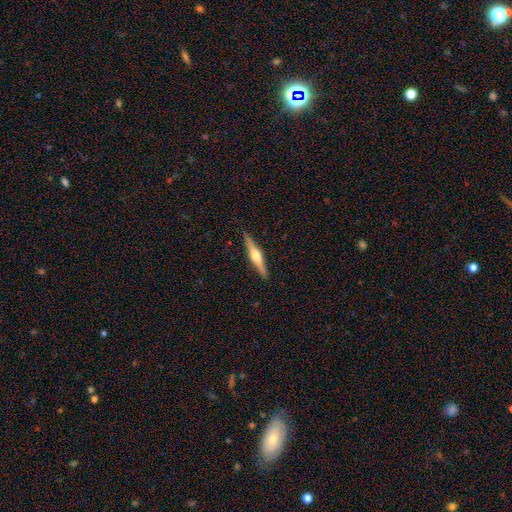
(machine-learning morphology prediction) smooth_or_featured: featured or disk (p=0.70) [alt: smooth p=0.25]
disk_edge_on: yes (p=0.98) [alt: no p=0.02]
edge_on_bulge: rounded (p=0.91) [alt: boxy p=0.06]
merging: none (p=0.91) [alt: minor disturbance p=0.07]